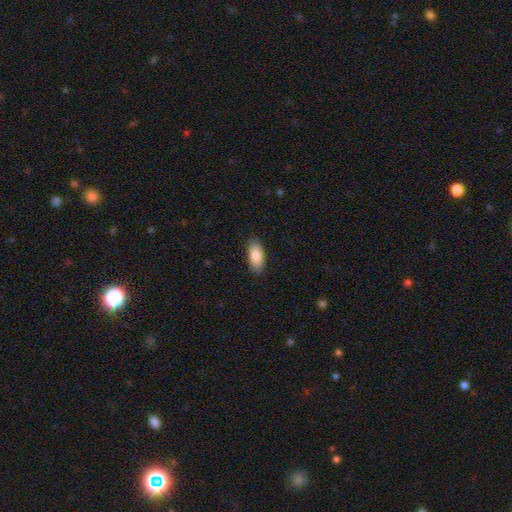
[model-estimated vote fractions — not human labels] Smooth or featured? Predicted: smooth (p=0.88). How rounded? Predicted: in between (p=0.88). Merging? Predicted: none (p=0.88).